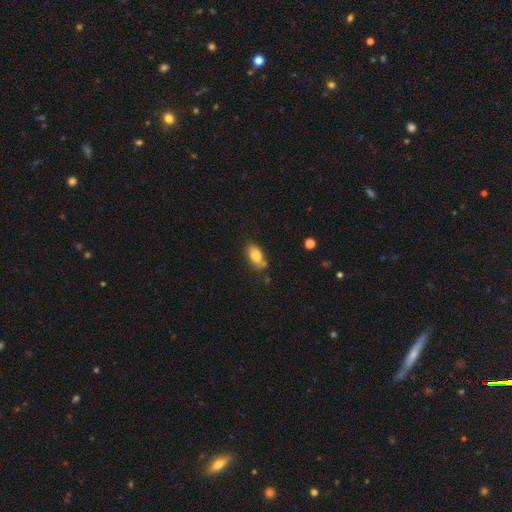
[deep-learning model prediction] Q: Smooth or featured?
A: smooth (81%); runner-up: featured or disk (11%)
Q: How rounded?
A: in between (87%); runner-up: cigar-shaped (6%)
Q: Merging?
A: none (63%); runner-up: minor disturbance (22%)